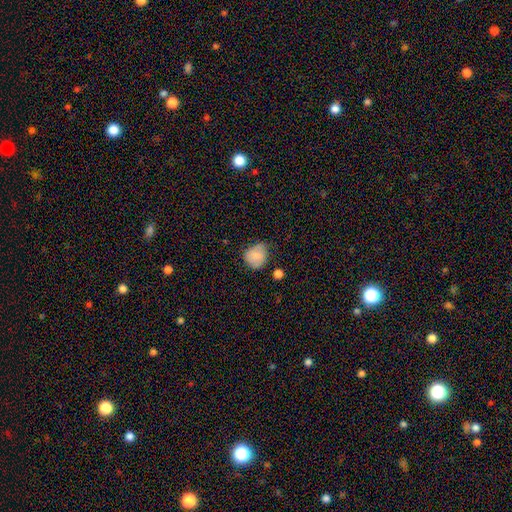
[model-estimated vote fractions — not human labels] Q: Smooth or featured?
A: smooth (77%); runner-up: featured or disk (14%)
Q: How rounded?
A: round (70%); runner-up: in between (29%)
Q: Merging?
A: none (54%); runner-up: minor disturbance (35%)